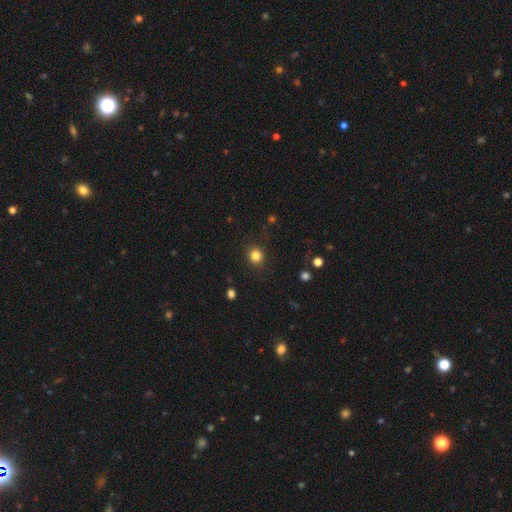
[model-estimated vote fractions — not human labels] This appears to be a smooth galaxy with no disk features (82%) that is round (91%). Merging: none (88%).